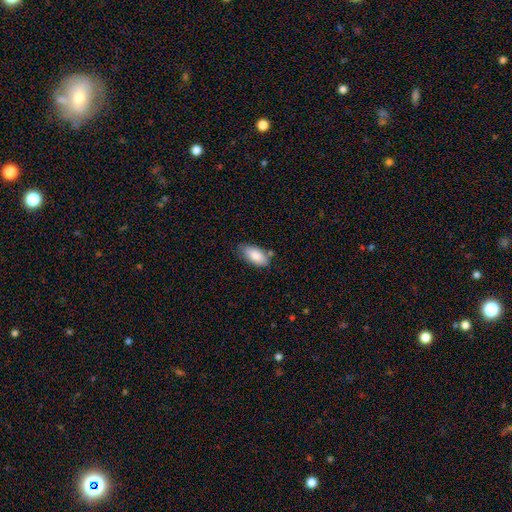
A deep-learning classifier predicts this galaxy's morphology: smooth_or_featured: smooth (p=0.86) [alt: featured or disk p=0.08]
how_rounded: in between (p=0.92) [alt: cigar-shaped p=0.06]
merging: none (p=0.68) [alt: minor disturbance p=0.22]